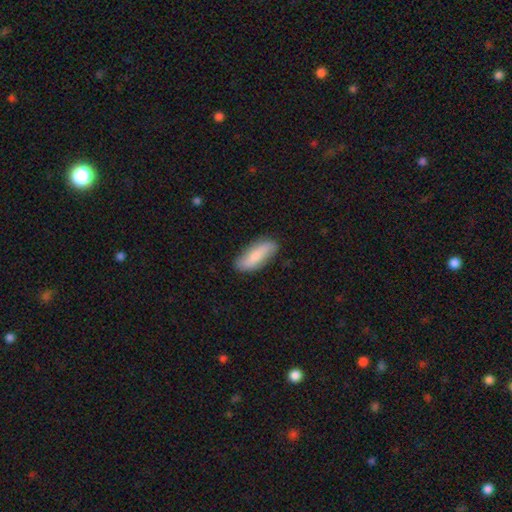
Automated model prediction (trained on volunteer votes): Smooth or featured?
  - smooth: 67% *
  - featured or disk: 27%
  - star or artifact: 6%
How rounded?
  - in between: 64% *
  - cigar-shaped: 34%
  - round: 3%
Merging?
  - none: 81% *
  - minor disturbance: 15%
  - major disturbance: 3%
  - merger: 1%